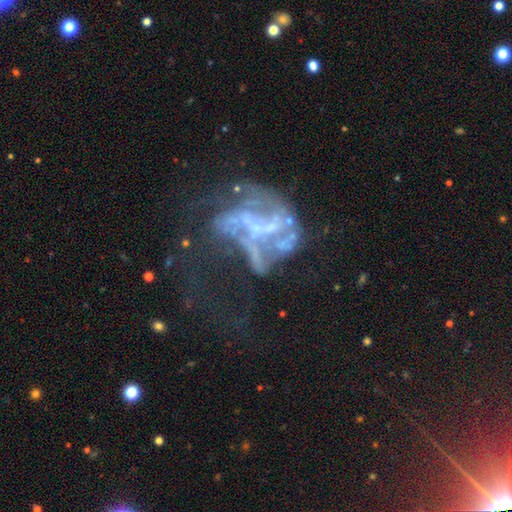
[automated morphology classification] Q: Smooth or featured?
A: featured or disk (72%); runner-up: star or artifact (16%)
Q: Edge-on disk?
A: no (97%); runner-up: yes (3%)
Q: Bar?
A: no (62%); runner-up: weak (24%)
Q: Spiral arms?
A: no (58%); runner-up: yes (42%)
Q: Bulge size?
A: none (47%); runner-up: small (34%)
Q: Merging?
A: major disturbance (40%); runner-up: none (31%)